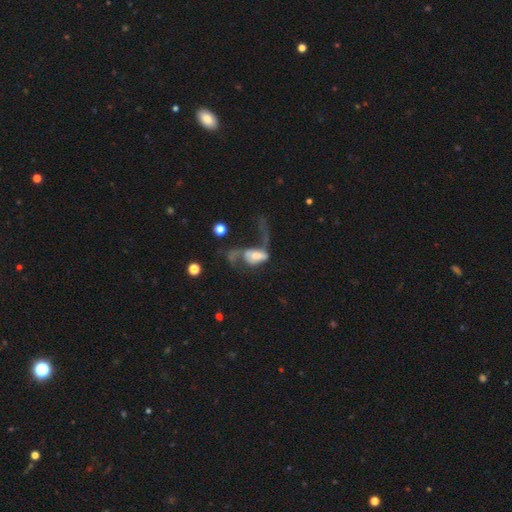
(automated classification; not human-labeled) smooth-or-featured: featured or disk: 52% | smooth: 38% | star or artifact: 10%
  disk-edge-on: no: 94% | yes: 6%
  merging: major disturbance: 56% | merger: 21% | none: 13% | minor disturbance: 10%